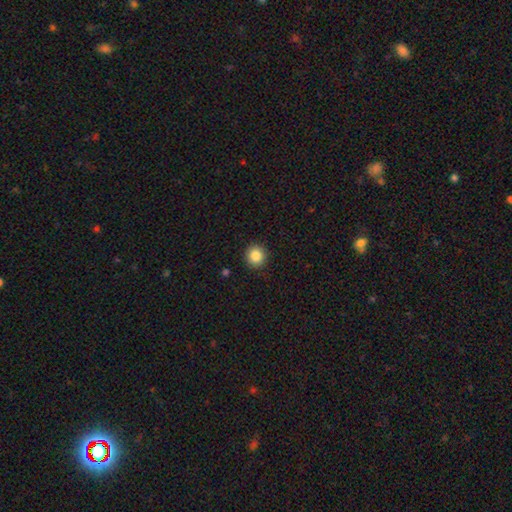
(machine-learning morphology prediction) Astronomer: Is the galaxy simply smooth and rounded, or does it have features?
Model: smooth — 86%.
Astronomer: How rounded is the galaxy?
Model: round — 93%.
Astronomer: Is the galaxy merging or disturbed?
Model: none — 91%.